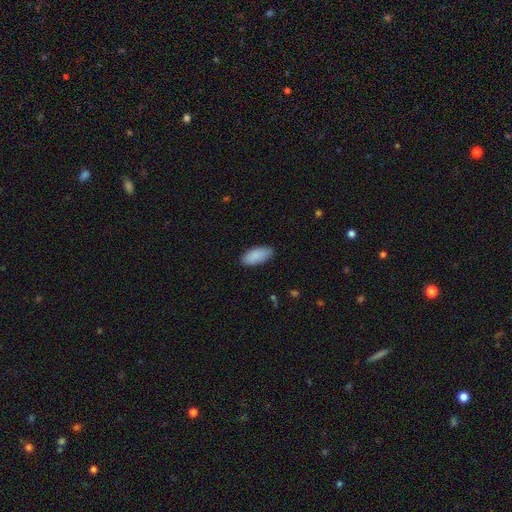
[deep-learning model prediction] A smooth galaxy with no disk features (89%) that is in between round and cigar-shaped (90%). Merging: none (84%).